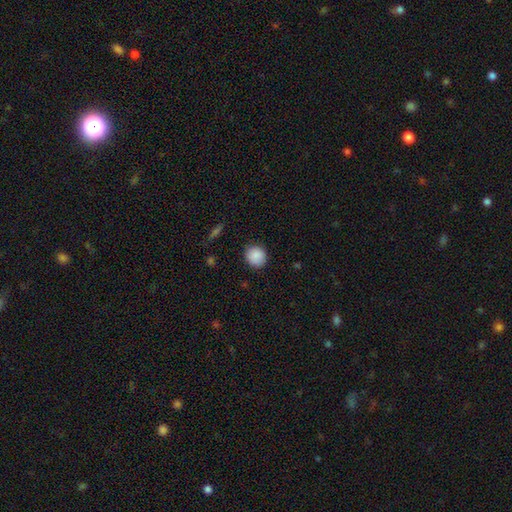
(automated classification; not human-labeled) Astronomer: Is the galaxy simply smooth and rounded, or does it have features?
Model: smooth — 88%.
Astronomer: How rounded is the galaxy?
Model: round — 86%.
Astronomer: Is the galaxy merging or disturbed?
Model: none — 87%.